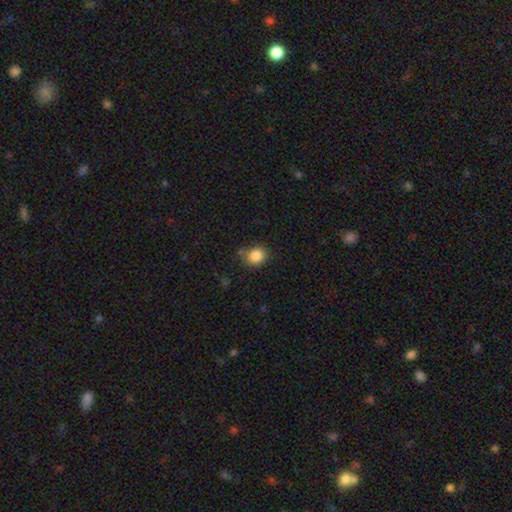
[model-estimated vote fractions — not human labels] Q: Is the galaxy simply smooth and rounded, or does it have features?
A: smooth — 85%.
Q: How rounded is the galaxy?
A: round — 73%.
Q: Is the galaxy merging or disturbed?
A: none — 77%.